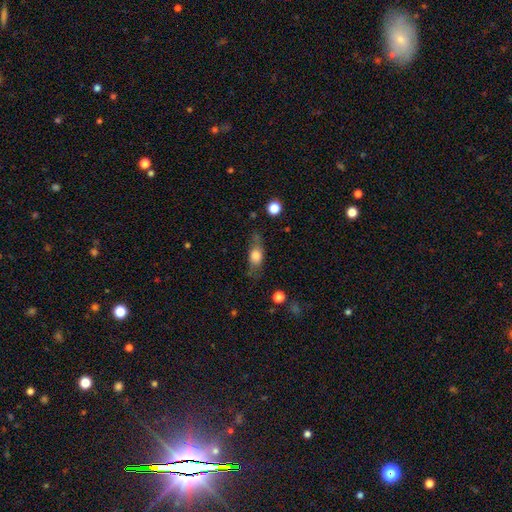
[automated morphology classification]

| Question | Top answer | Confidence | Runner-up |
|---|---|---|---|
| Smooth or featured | smooth | 71% | featured or disk (21%) |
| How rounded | in between | 68% | cigar-shaped (17%) |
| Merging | none | 59% | minor disturbance (26%) |